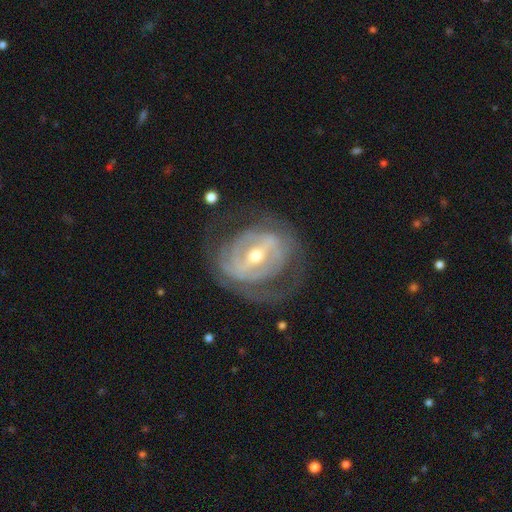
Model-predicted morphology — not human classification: Overall: featured or disk (85%). Edge-on disk: no (94%). Bar: strong (58%; weak 31%). Spiral arms: yes (71%). Spiral arm count: 2 (40%; can't tell 37%). Spiral winding: tight (55%; medium 30%). Bulge size: moderate (60%; small 35%). Merging: none (63%).